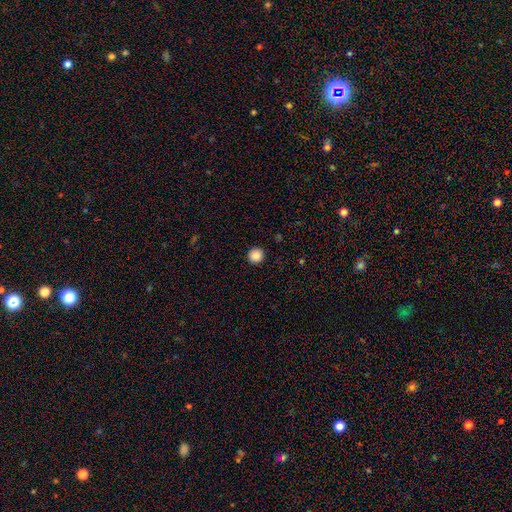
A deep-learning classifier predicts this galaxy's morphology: The model was most divided on "smooth or featured": smooth: 86%, star or artifact: 10%, featured or disk: 4%. More confident: how rounded — round (95%); merging — none (93%).